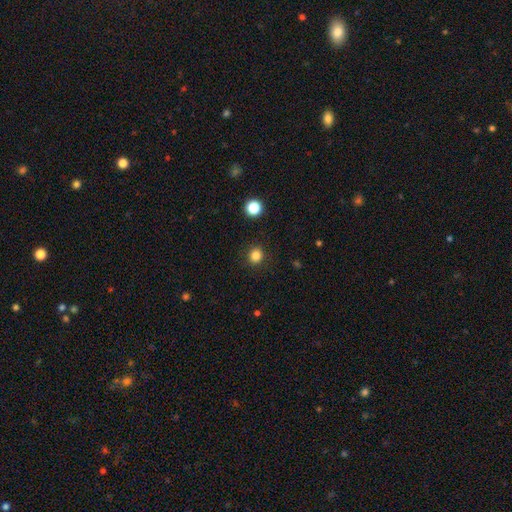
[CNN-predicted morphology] Smooth or featured? Predicted: smooth (p=0.83). How rounded? Predicted: round (p=0.89). Merging? Predicted: none (p=0.90).